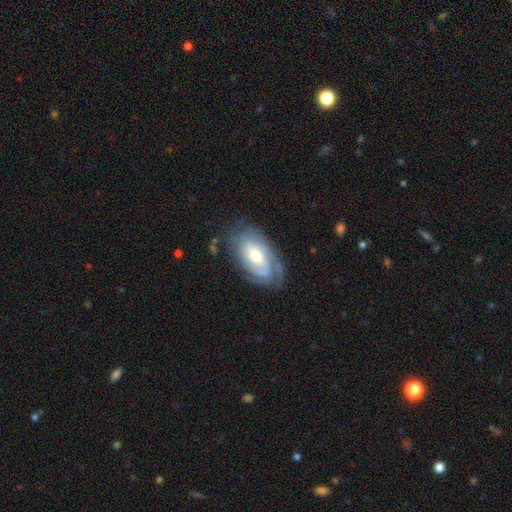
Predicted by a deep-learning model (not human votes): The model was most divided on "spiral arm count": can't tell: 52%, 2: 25%, 3: 8%, 1: 7%, 4: 4%, more than 4: 3%. More confident: edge-on disk — no (92%); spiral arms — yes (81%); merging — none (71%); smooth or featured — featured or disk (67%); spiral winding — tight (66%); bulge size — moderate (64%); bar — no (61%).